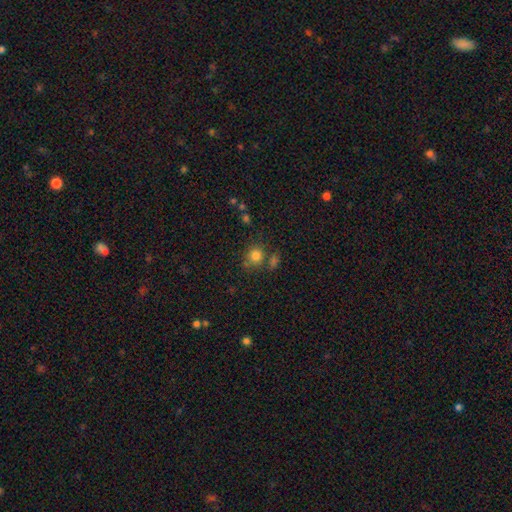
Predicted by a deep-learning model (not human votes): A smooth galaxy with no disk features (81%) that is round (84%).

Vote fractions:
- Smooth or featured? smooth: 81% / star or artifact: 13% / featured or disk: 7%
- How rounded? round: 84% / in between: 15% / cigar-shaped: 1%
- Merging? none: 69% / merger: 14% / minor disturbance: 12% / major disturbance: 5%